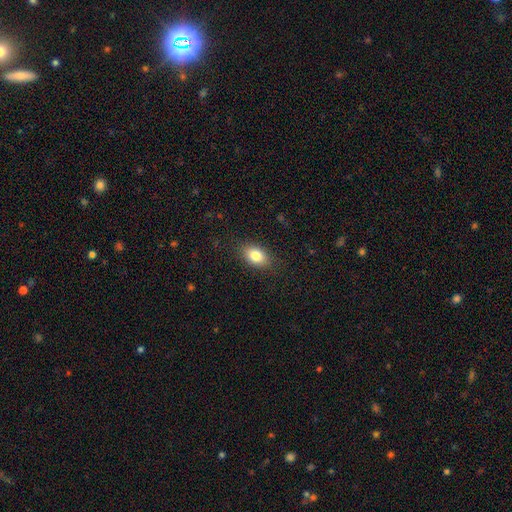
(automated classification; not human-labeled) This is clearly a smooth galaxy (82%). How rounded: clearly in between (83%). Merging: clearly none (86%).